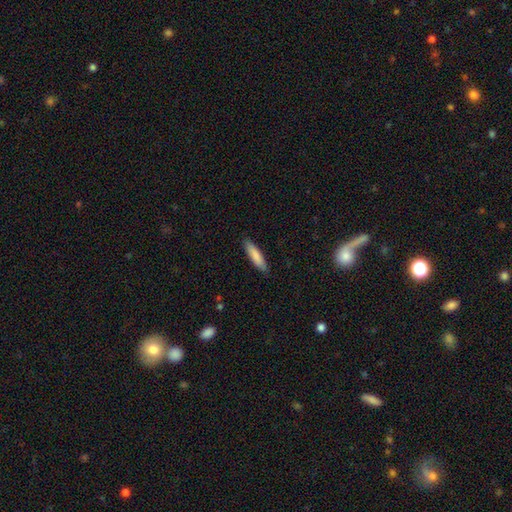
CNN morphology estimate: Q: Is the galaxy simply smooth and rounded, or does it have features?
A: smooth — 85%.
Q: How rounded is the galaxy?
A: cigar-shaped — 76%.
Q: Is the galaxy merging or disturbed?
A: none — 88%.